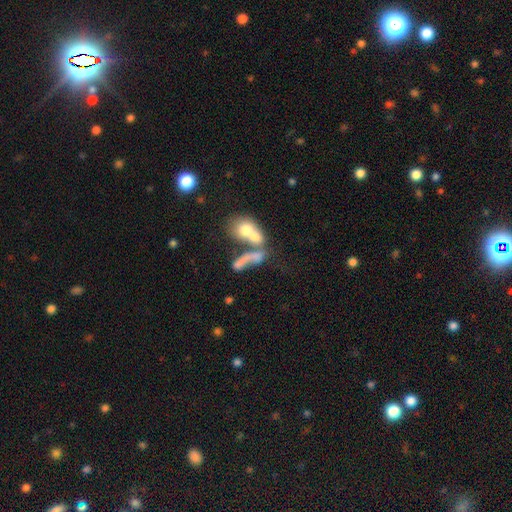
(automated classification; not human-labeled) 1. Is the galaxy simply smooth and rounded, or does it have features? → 50% smooth, 36% featured or disk, 14% star or artifact.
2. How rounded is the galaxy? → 55% in between, 26% round, 19% cigar-shaped.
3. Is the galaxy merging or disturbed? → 62% merger, 16% none, 14% major disturbance, 8% minor disturbance.